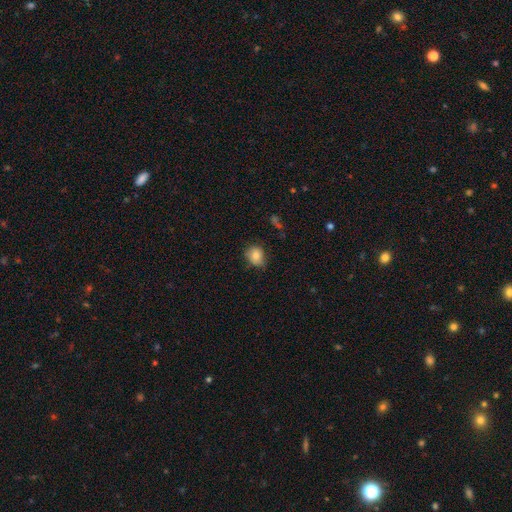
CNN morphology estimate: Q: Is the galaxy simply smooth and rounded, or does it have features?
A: smooth — 81%.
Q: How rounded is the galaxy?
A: round — 65%.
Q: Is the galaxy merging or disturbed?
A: none — 69%.